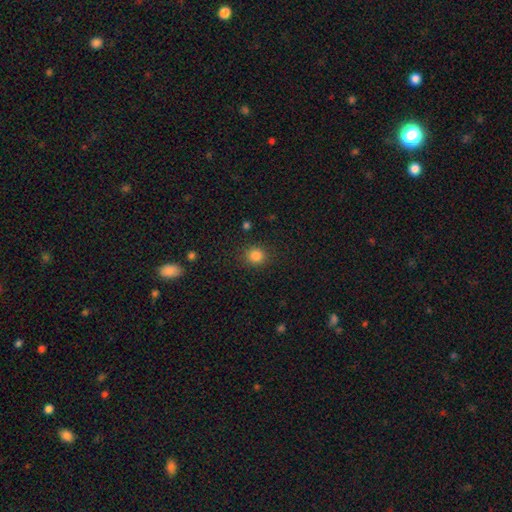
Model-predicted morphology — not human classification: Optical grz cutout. It shows a smooth galaxy with no disk features (84%) that is round (84%). Merging: none (87%).